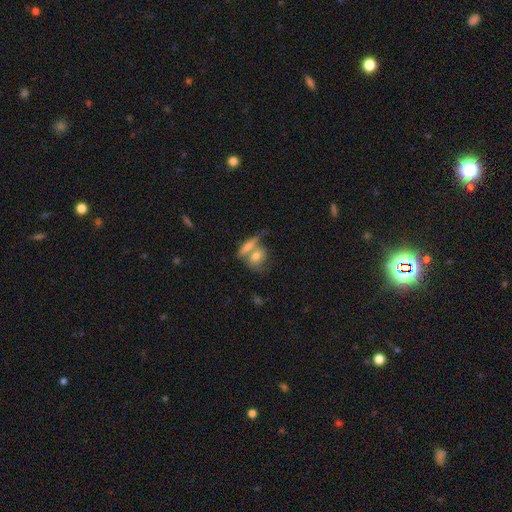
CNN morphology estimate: Smooth or featured?
  - smooth: 59% *
  - featured or disk: 32%
  - star or artifact: 9%
How rounded?
  - in between: 51% *
  - round: 35%
  - cigar-shaped: 14%
Merging?
  - merger: 46% *
  - none: 37%
  - minor disturbance: 11%
  - major disturbance: 6%